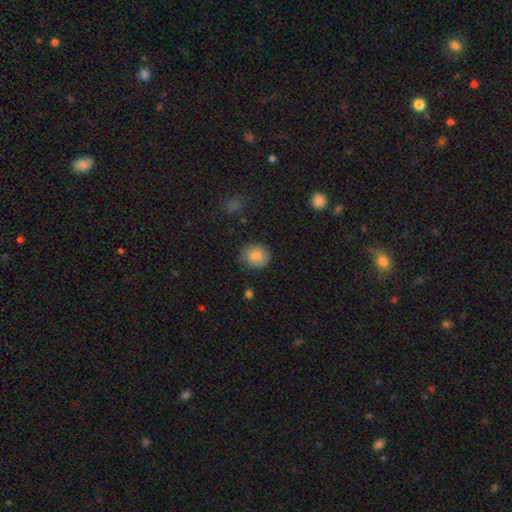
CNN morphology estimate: A smooth galaxy with no disk features (82%) that is round (81%).

Vote fractions:
- Smooth or featured? smooth: 82% / featured or disk: 10% / star or artifact: 8%
- How rounded? round: 81% / in between: 18% / cigar-shaped: 1%
- Merging? none: 79% / minor disturbance: 16% / major disturbance: 4% / merger: 1%